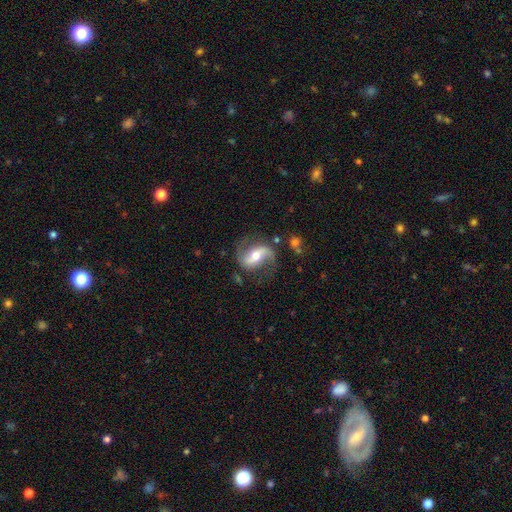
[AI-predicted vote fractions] Q: Smooth or featured?
A: featured or disk (84%); runner-up: smooth (11%)
Q: Edge-on disk?
A: no (96%); runner-up: yes (4%)
Q: Bar?
A: strong (41%); runner-up: weak (33%)
Q: Spiral arms?
A: yes (94%); runner-up: no (6%)
Q: Spiral winding?
A: loose (61%); runner-up: medium (31%)
Q: Spiral arm count?
A: 2 (90%); runner-up: 1 (4%)
Q: Bulge size?
A: moderate (68%); runner-up: small (22%)
Q: Merging?
A: none (72%); runner-up: minor disturbance (16%)